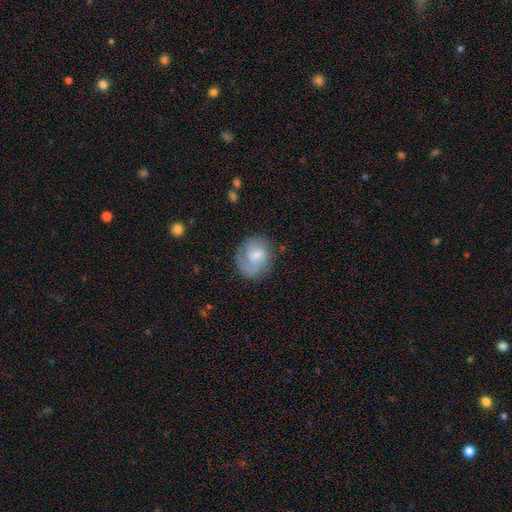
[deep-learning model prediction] Smooth or featured? Predicted: featured or disk (p=0.58). Edge-on disk? Predicted: no (p=0.98). Bar? Predicted: weak (p=0.50). Spiral arms? Predicted: yes (p=0.86). Bulge size? Predicted: small (p=0.42, tied with moderate). Merging? Predicted: none (p=0.65).